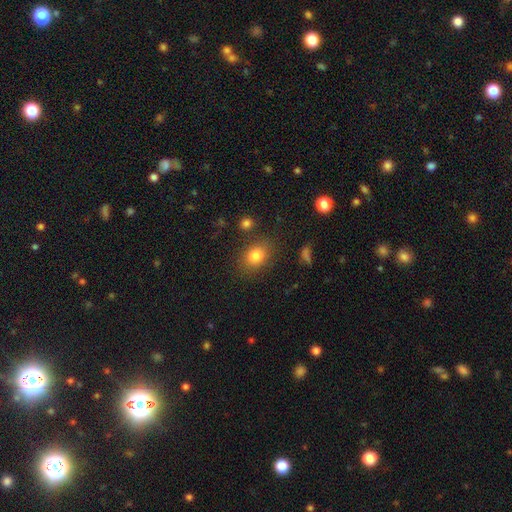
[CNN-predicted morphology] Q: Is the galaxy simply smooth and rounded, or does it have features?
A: smooth — 81%.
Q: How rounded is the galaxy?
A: in between — 52%.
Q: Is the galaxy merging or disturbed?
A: none — 80%.